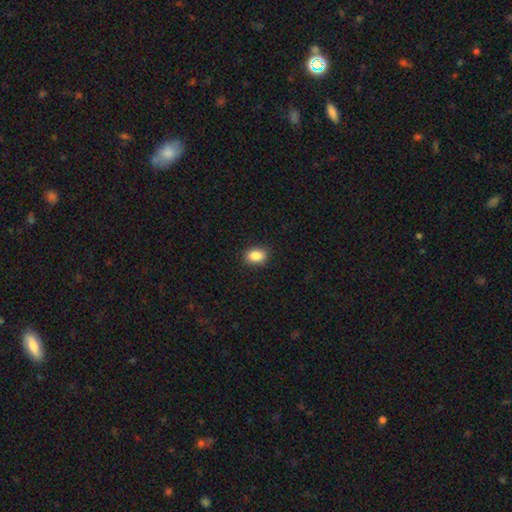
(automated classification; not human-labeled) This appears to be a smooth galaxy with no disk features (87%) that is in between round and cigar-shaped (75%). Merging: none (88%).